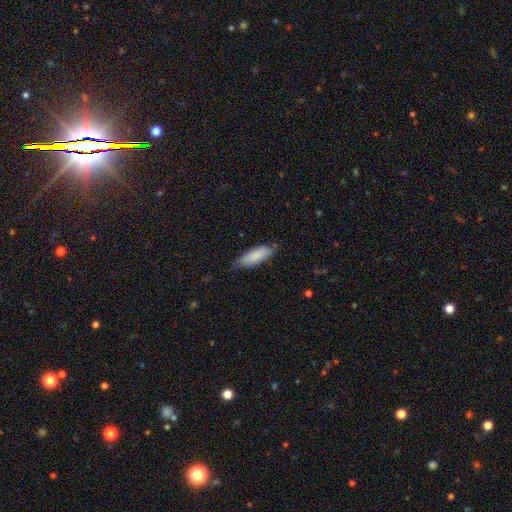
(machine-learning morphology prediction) A smooth galaxy with no disk features (83%) that is in between round and cigar-shaped (60%). Merging: none (71%).